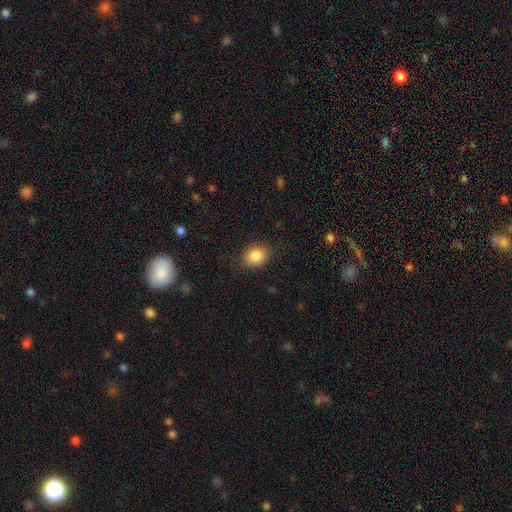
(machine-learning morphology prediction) This appears to be a smooth galaxy with no disk features (85%) that is round (52%). Merging: none (81%).